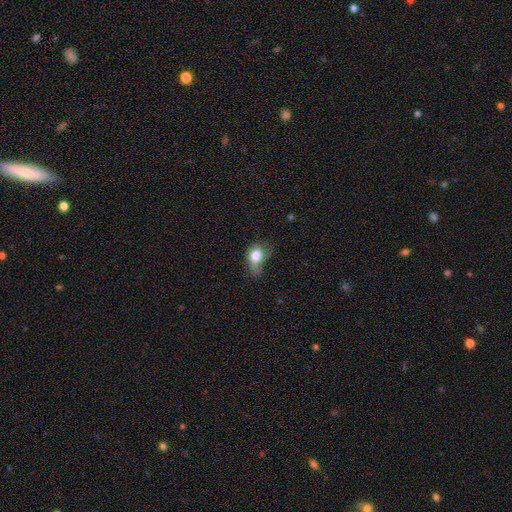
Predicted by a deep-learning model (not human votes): smooth 72%, featured or disk 18%, star or artifact 10%. Down the decision tree: how rounded — in between (68%); merging — major disturbance (38%).